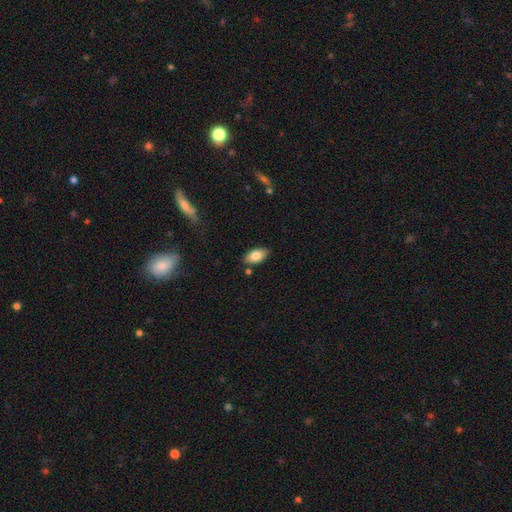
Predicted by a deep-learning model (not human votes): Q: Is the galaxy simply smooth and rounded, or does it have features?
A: smooth — 82%.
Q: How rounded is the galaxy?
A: in between — 93%.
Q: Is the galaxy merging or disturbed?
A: none — 84%.